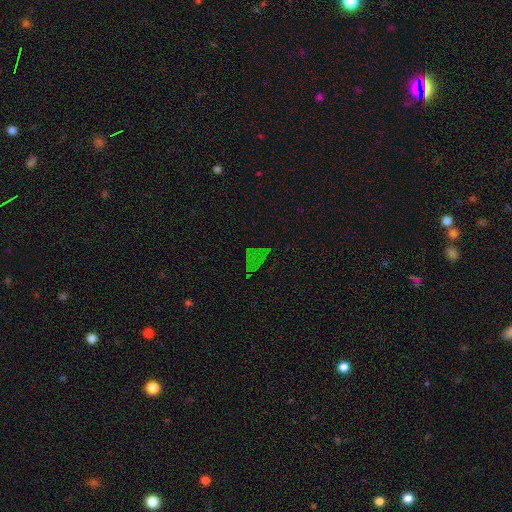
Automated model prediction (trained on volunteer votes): smooth-or-featured: star or artifact: 53% | smooth: 27% | featured or disk: 20%